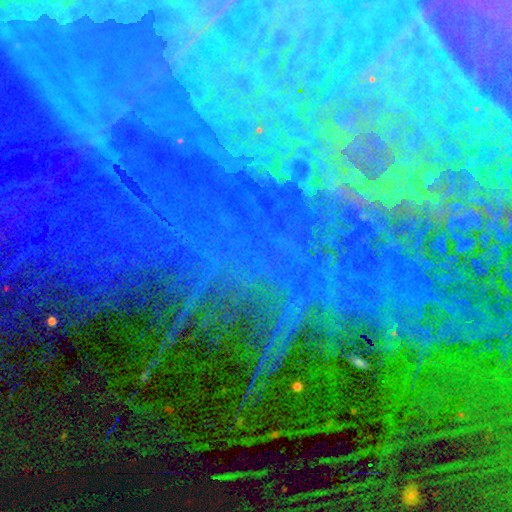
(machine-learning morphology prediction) Overall: star or artifact (77%).